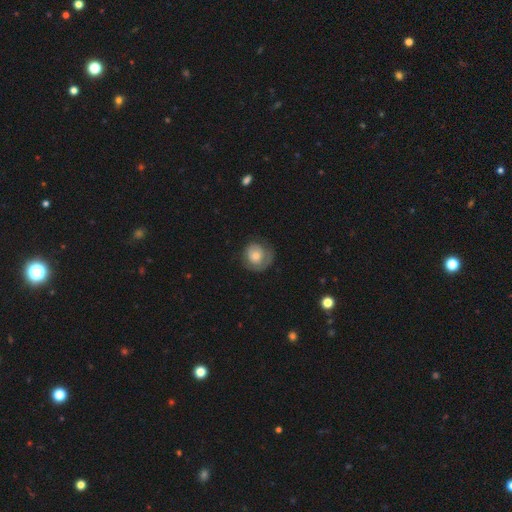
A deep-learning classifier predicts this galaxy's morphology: This is likely a smooth galaxy (61%). How rounded: clearly round (86%). Merging: likely none (62%).